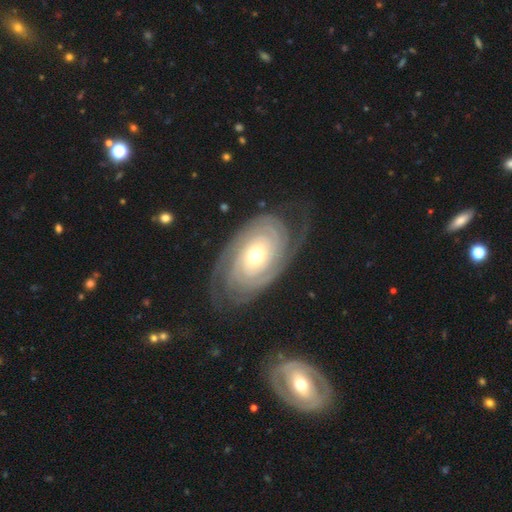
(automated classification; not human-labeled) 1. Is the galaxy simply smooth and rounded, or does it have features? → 89% featured or disk, 6% smooth, 4% star or artifact.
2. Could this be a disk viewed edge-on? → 96% no, 4% yes.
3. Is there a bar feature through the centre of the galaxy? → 80% no, 13% weak, 7% strong.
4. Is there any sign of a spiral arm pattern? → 97% yes, 3% no.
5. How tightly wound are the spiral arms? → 85% tight, 11% medium, 3% loose.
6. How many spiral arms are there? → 35% 2, 26% can't tell, 14% 3, 10% 4, 9% more than 4, 6% 1.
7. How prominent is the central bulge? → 50% small, 44% moderate, 4% large, 1% dominant, 1% none.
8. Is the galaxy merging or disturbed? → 76% none, 15% minor disturbance, 8% major disturbance, 1% merger.